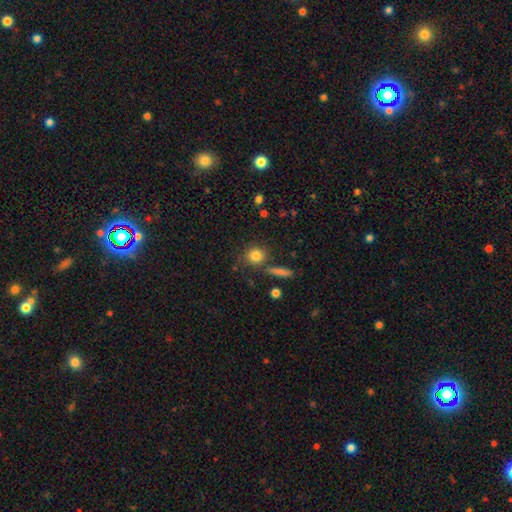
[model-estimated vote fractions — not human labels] A smooth galaxy with no disk features (82%) that is round (86%).

Vote fractions:
- Smooth or featured? smooth: 82% / star or artifact: 10% / featured or disk: 8%
- How rounded? round: 86% / in between: 12% / cigar-shaped: 2%
- Merging? none: 75% / minor disturbance: 11% / merger: 9% / major disturbance: 4%